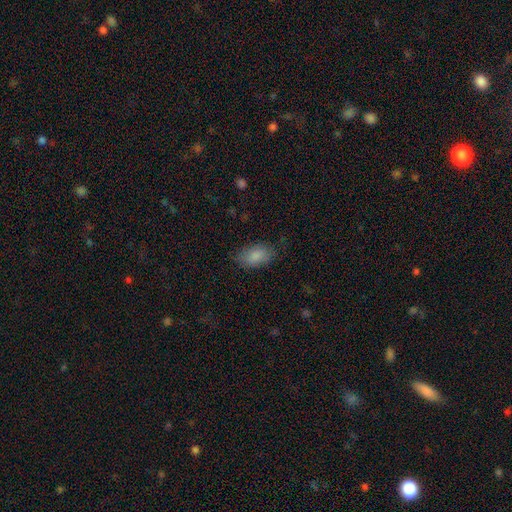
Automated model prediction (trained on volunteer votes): Smooth or featured?
  - smooth: 86% *
  - featured or disk: 7%
  - star or artifact: 7%
How rounded?
  - in between: 93% *
  - round: 5%
  - cigar-shaped: 2%
Merging?
  - none: 78% *
  - minor disturbance: 17%
  - major disturbance: 4%
  - merger: 1%